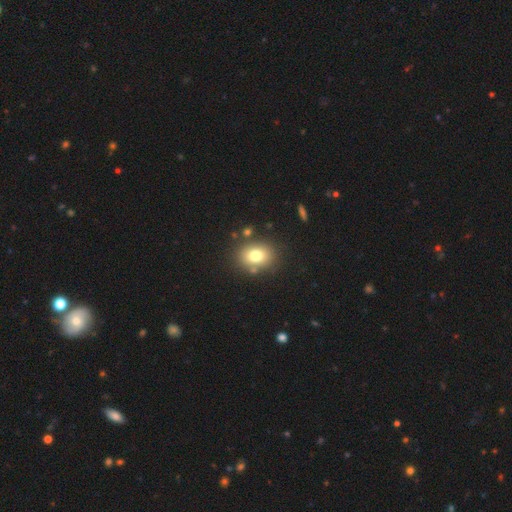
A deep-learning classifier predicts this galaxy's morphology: smooth 77%, featured or disk 12%, star or artifact 11%. Down the decision tree: how rounded — in between (52%); merging — none (81%).